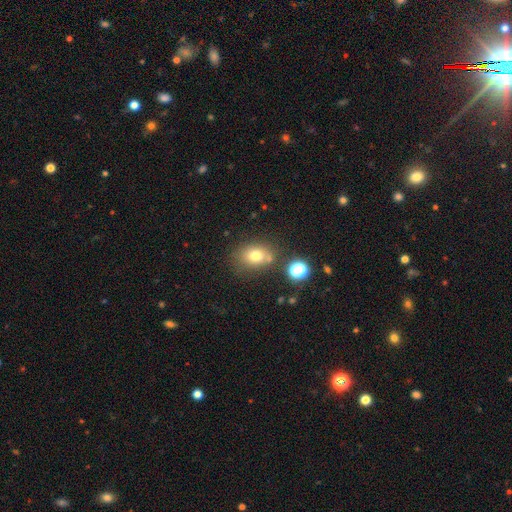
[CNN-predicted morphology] Smooth or featured? smooth (74%)
How rounded? in between (60%)
Merging? none (65%)